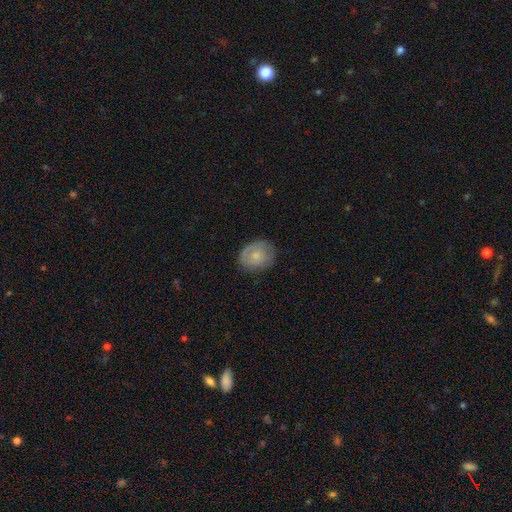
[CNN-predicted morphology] smooth_or_featured: smooth (p=0.65) [alt: featured or disk p=0.28]
how_rounded: round (p=0.61) [alt: in between p=0.38]
merging: none (p=0.72) [alt: minor disturbance p=0.21]